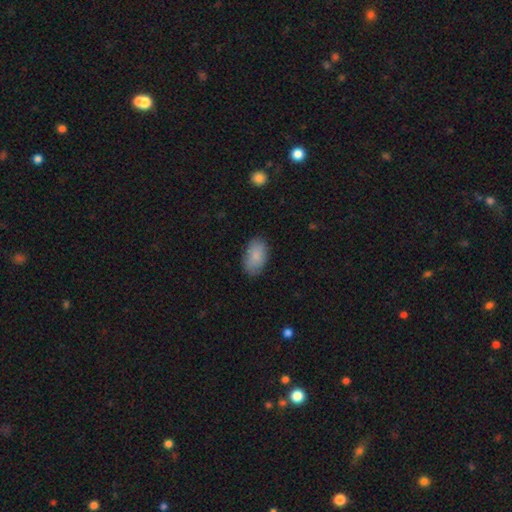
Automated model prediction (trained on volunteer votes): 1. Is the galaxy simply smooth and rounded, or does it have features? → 87% smooth, 7% featured or disk, 7% star or artifact.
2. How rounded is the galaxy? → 93% in between, 5% round, 2% cigar-shaped.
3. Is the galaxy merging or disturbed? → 83% none, 13% minor disturbance, 3% major disturbance, 1% merger.